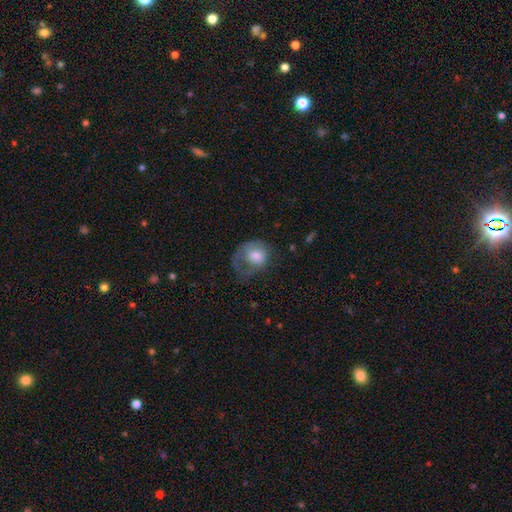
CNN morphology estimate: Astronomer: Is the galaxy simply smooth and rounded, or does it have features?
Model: smooth — 59%.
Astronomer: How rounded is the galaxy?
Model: round — 56% (runner-up: in between, 43%).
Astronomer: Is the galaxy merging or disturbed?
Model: major disturbance — 51%.